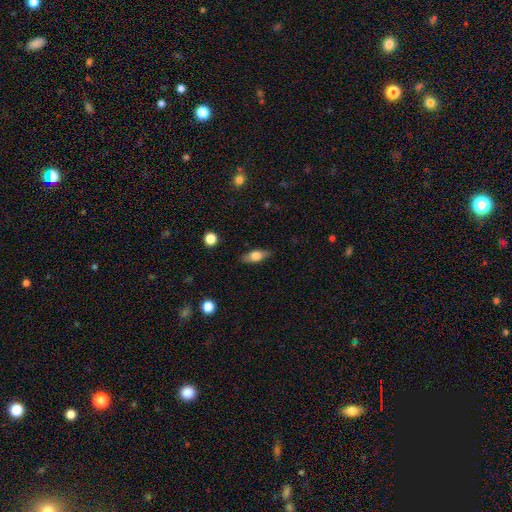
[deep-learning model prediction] This appears to be a smooth galaxy with no disk features (67%) that is in between round and cigar-shaped (72%). Merging: none (85%).